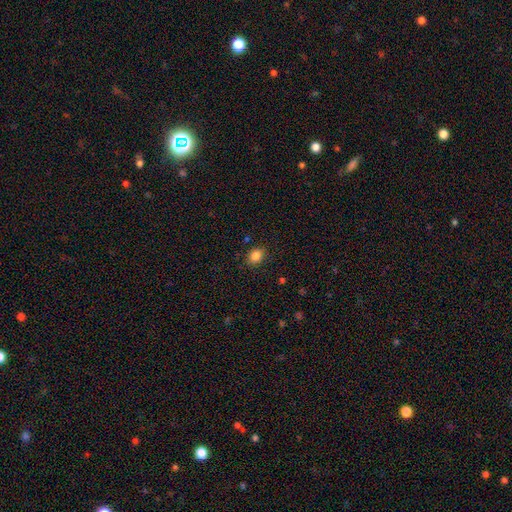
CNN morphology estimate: The model was most divided on "how rounded": in between: 50%, round: 49%, cigar-shaped: 1%. More confident: merging — none (87%); smooth or featured — smooth (84%).